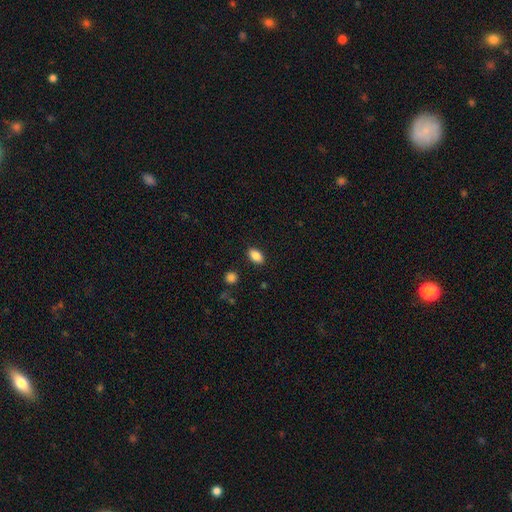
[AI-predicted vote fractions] The model was most divided on "smooth or featured": smooth: 86%, star or artifact: 8%, featured or disk: 5%. More confident: how rounded — in between (88%); merging — none (88%).